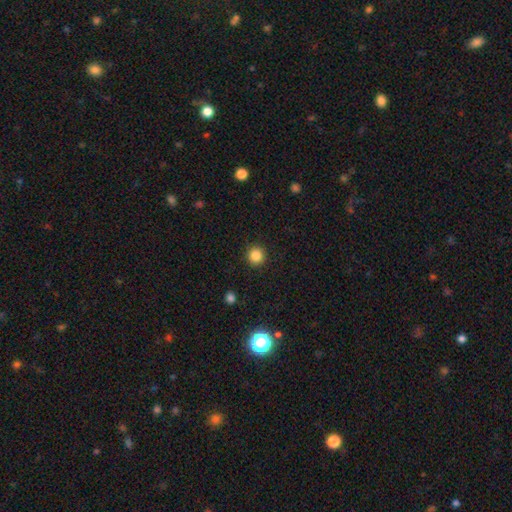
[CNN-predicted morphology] Smooth or featured: smooth — 85% (star or artifact — 11%)
How rounded: round — 94% (in between — 5%)
Merging: none — 92% (minor disturbance — 5%)